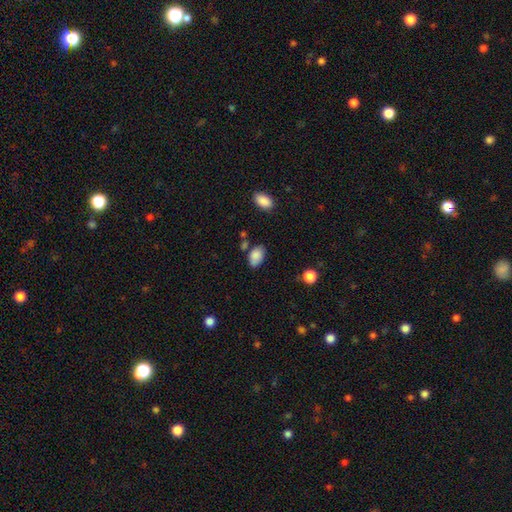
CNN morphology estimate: A smooth galaxy with no disk features (85%) that is in between round and cigar-shaped (89%).

Vote fractions:
- Smooth or featured? smooth: 85% / star or artifact: 8% / featured or disk: 7%
- How rounded? in between: 89% / round: 9% / cigar-shaped: 1%
- Merging? none: 66% / minor disturbance: 22% / merger: 7% / major disturbance: 5%